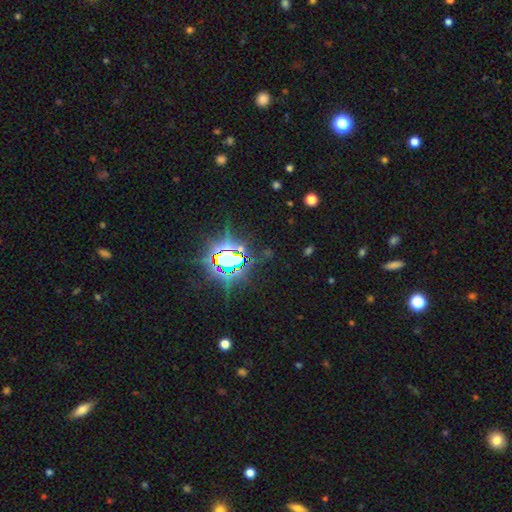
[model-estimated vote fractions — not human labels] Morphology: type=star or artifact (82%).